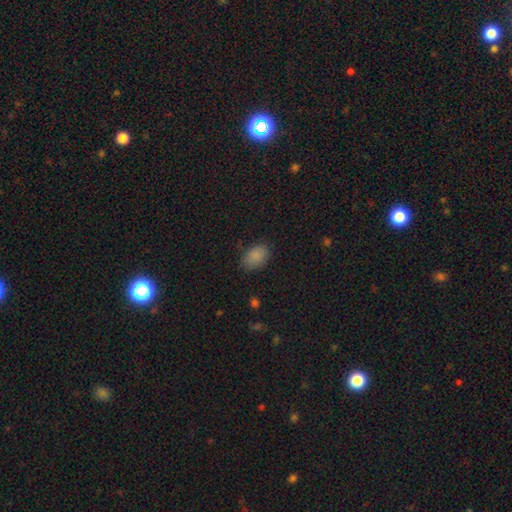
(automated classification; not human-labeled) A smooth galaxy with no disk features (86%) that is in between round and cigar-shaped (86%).

Vote fractions:
- Smooth or featured? smooth: 86% / star or artifact: 9% / featured or disk: 5%
- How rounded? in between: 86% / round: 13% / cigar-shaped: 1%
- Merging? none: 78% / minor disturbance: 16% / major disturbance: 4% / merger: 1%